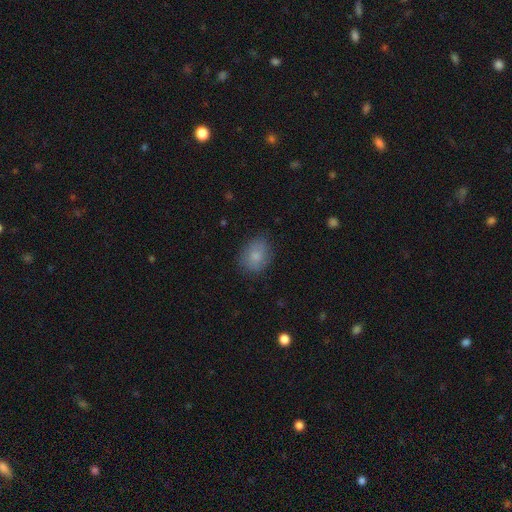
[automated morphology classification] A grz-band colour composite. It shows a smooth galaxy with no disk features (79%) that is in between round and cigar-shaped (54%). Merging: none (77%).